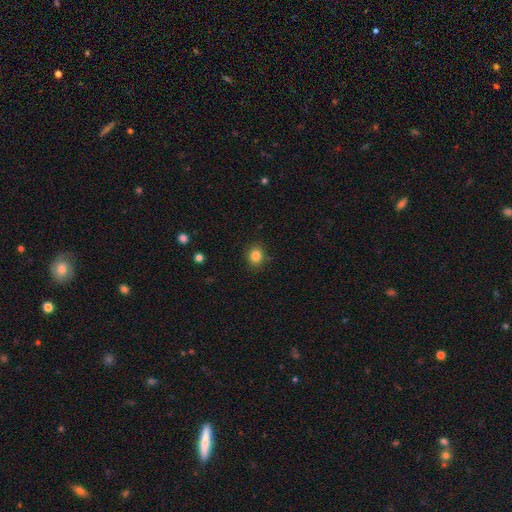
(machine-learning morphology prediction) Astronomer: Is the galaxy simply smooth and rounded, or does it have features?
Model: smooth — 83%.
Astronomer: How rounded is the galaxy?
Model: round — 72%.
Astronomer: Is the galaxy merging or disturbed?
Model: none — 88%.